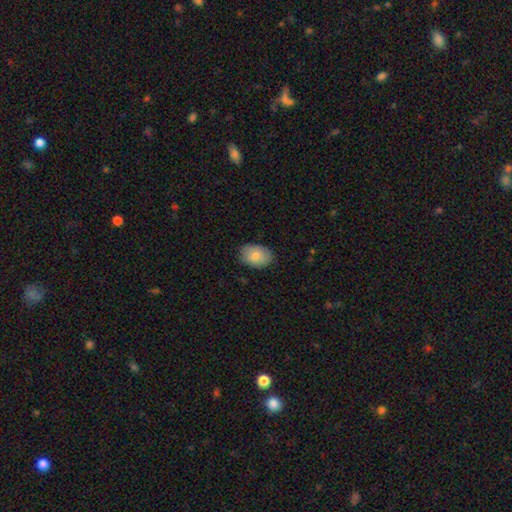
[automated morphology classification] A smooth galaxy with no disk features (83%) that is in between round and cigar-shaped (82%). Merging: none (82%).